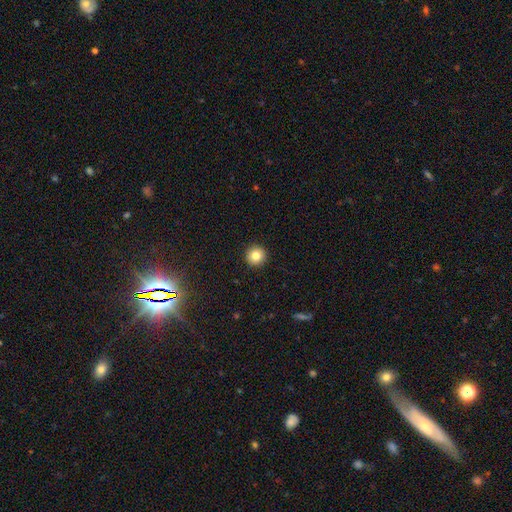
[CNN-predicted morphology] A smooth galaxy with no disk features (83%) that is round (96%). Merging: none (93%).